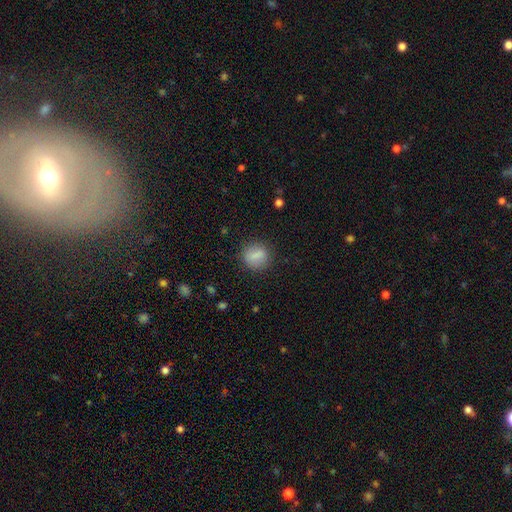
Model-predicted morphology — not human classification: This appears to be a smooth galaxy with no disk features (82%) that is round (70%). Merging: none (83%).